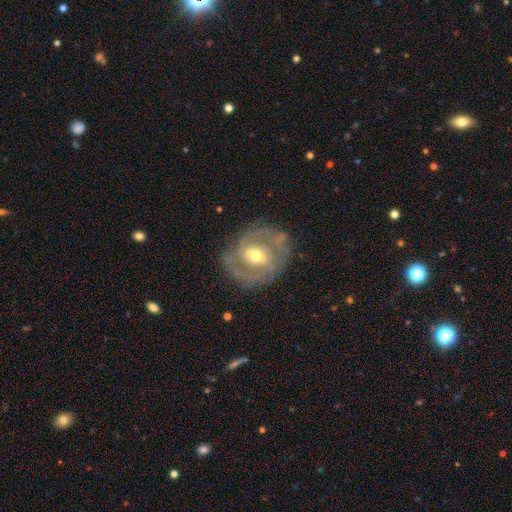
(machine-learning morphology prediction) This is clearly a featured or disk galaxy (82%). It is clearly not viewed edge-on (97%). Bar: possibly weak (48%). Spiral arm pattern: clearly yes (87%). Spiral arm count: likely 2 (66%). Spiral winding: marginally tight (44%). Central bulge: likely moderate (63%). Merging: likely none (73%).